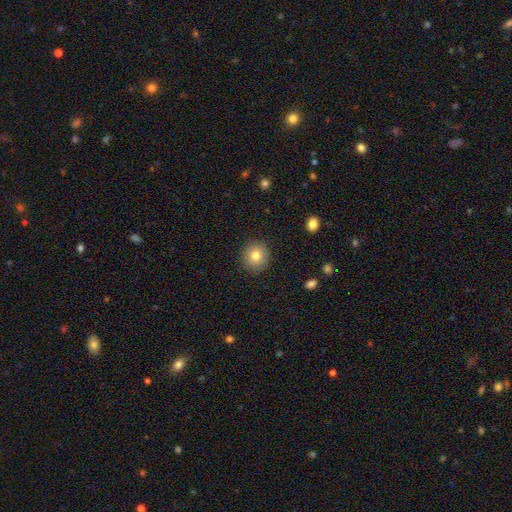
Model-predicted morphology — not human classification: Smooth or featured? Predicted: smooth (p=0.79). How rounded? Predicted: round (p=0.91). Merging? Predicted: none (p=0.90).